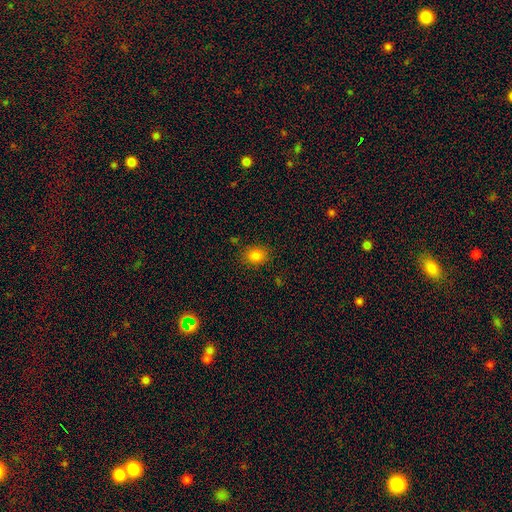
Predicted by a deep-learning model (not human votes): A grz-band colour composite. It shows a smooth galaxy with no disk features (83%) that is round (54%). Merging: none (84%).